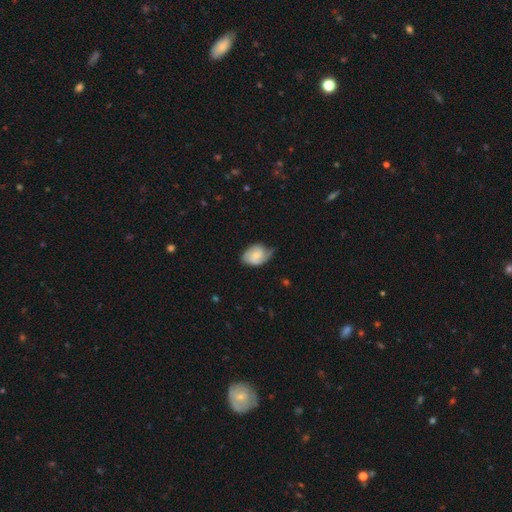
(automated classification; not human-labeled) Smooth or featured? Predicted: smooth (p=0.49). Merging? Predicted: none (p=0.48).